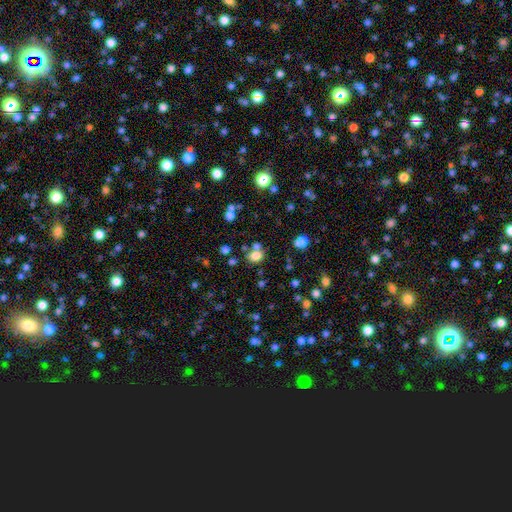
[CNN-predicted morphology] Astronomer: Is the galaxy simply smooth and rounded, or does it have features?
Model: smooth — 77%.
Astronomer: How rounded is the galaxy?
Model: round — 54% (runner-up: in between, 45%).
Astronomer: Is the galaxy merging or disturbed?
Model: none — 60%.